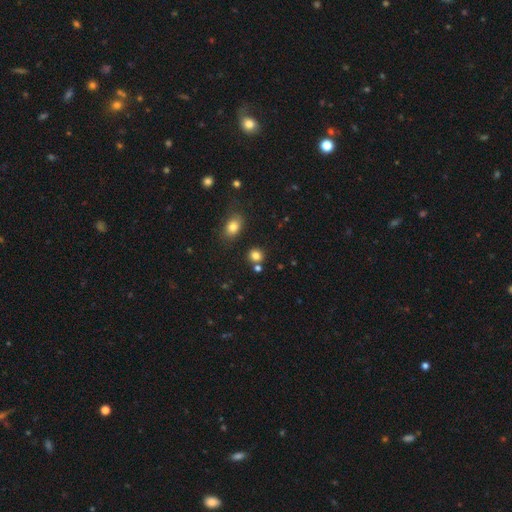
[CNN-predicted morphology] smooth_or_featured: smooth (p=0.81) [alt: star or artifact p=0.13]
how_rounded: round (p=0.79) [alt: in between p=0.20]
merging: none (p=0.74) [alt: merger p=0.14]